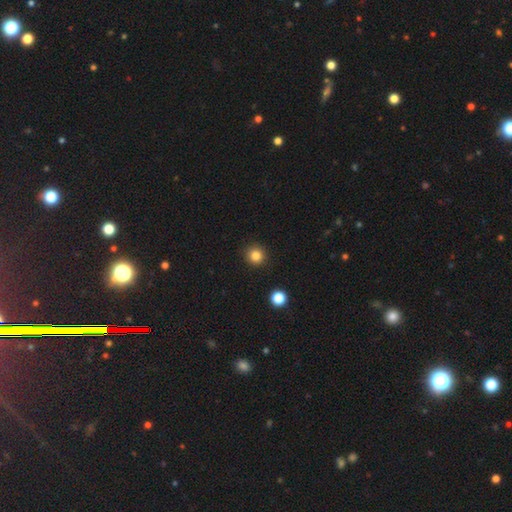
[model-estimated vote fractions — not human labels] smooth_or_featured: smooth (p=0.84) [alt: star or artifact p=0.12]
how_rounded: round (p=0.93) [alt: in between p=0.06]
merging: none (p=0.91) [alt: minor disturbance p=0.05]